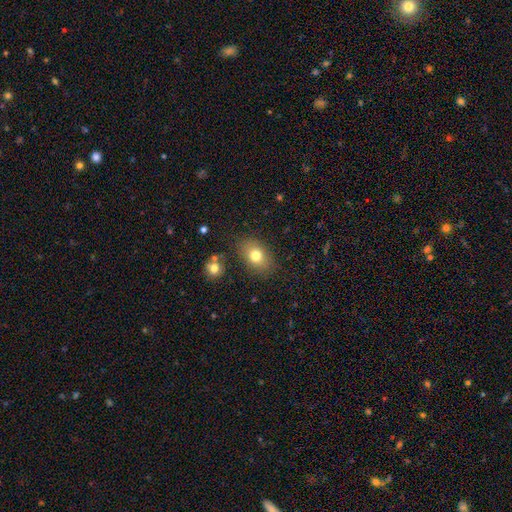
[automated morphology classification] type=smooth (77%); roundness=in between (75%); merging=none (82%).